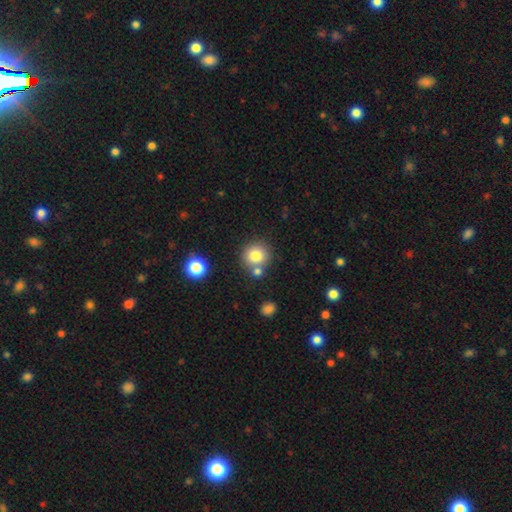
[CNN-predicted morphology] smooth 79%, star or artifact 11%, featured or disk 10%. Down the decision tree: how rounded — round (90%); merging — none (68%).